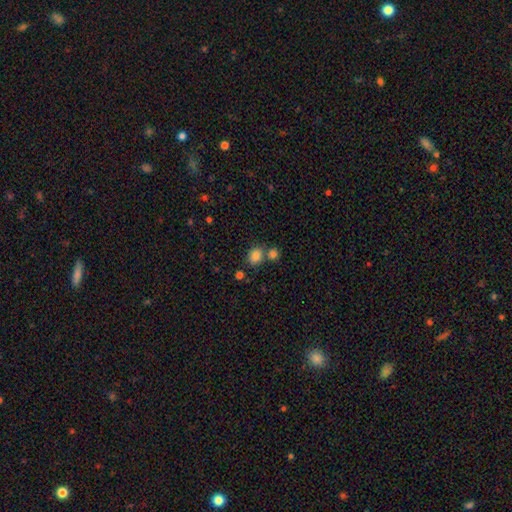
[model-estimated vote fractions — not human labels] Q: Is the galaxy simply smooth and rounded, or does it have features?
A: smooth — 83%.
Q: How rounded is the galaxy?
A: round — 51%.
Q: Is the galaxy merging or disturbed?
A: none — 59%.